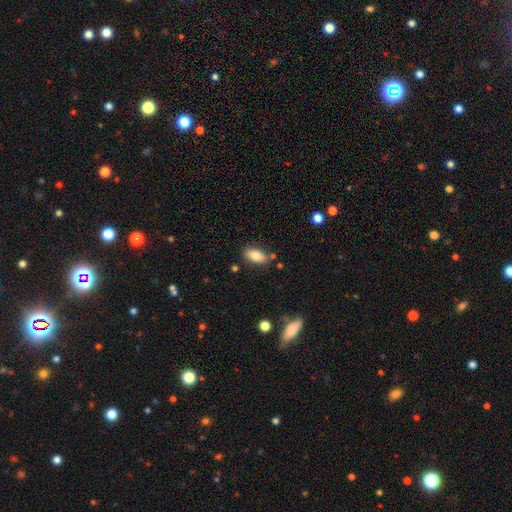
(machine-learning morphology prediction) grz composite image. It shows a smooth galaxy with no disk features (79%) that is in between round and cigar-shaped (91%). Merging: none (80%).